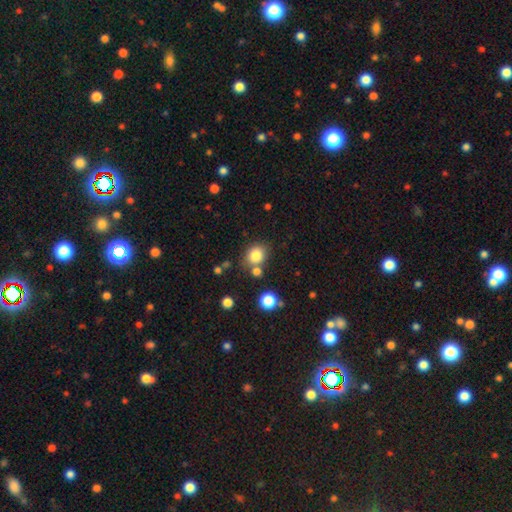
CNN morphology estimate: This is clearly a smooth galaxy (82%). How rounded: likely round (68%). Merging: likely none (69%).